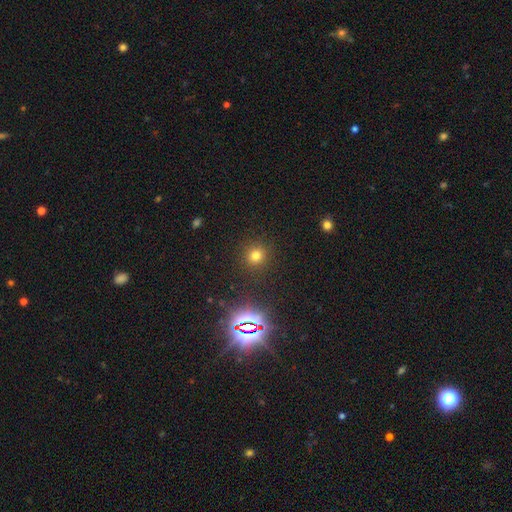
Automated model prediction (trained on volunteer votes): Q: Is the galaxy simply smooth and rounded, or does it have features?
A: smooth — 72%.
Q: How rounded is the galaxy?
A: round — 92%.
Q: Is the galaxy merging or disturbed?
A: none — 90%.